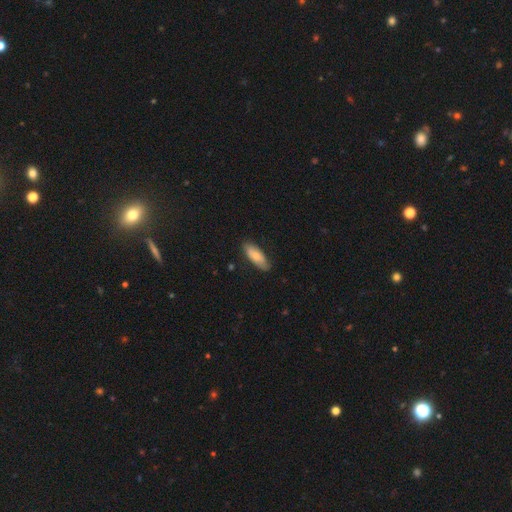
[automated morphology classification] type=smooth (72%); roundness=in between (69%); merging=none (83%).